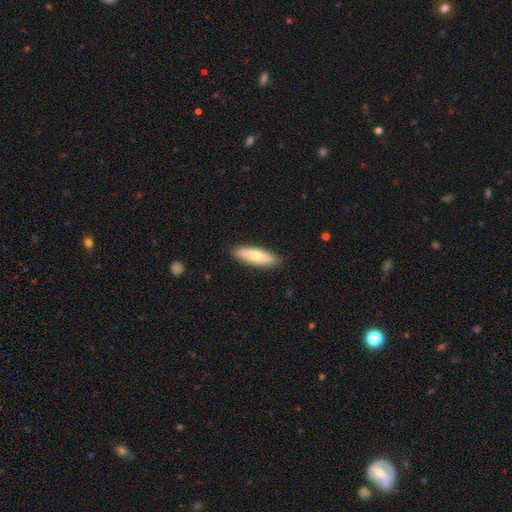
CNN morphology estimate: Smooth or featured?
  - smooth: 69% *
  - featured or disk: 26%
  - star or artifact: 5%
How rounded?
  - cigar-shaped: 56% *
  - in between: 42%
  - round: 2%
Merging?
  - none: 89% *
  - minor disturbance: 8%
  - major disturbance: 2%
  - merger: 1%